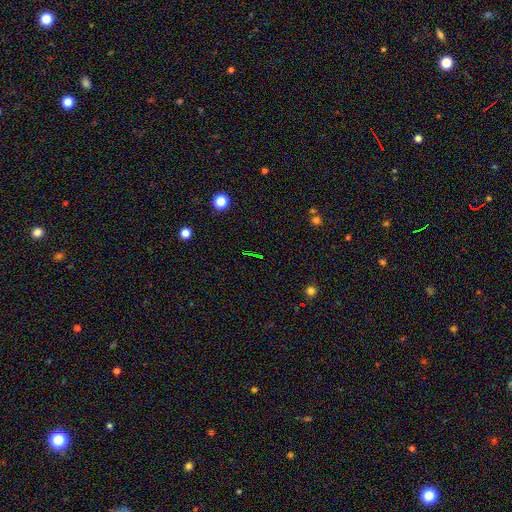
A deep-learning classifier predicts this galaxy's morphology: Q: Smooth or featured?
A: star or artifact (71%); runner-up: smooth (16%)